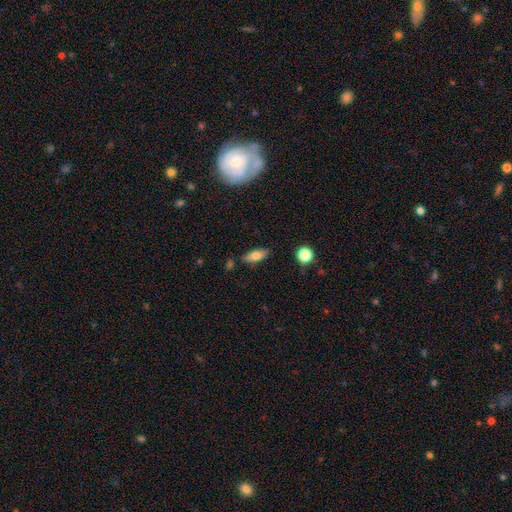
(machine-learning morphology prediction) This appears to be a smooth galaxy with no disk features (74%) that is in between round and cigar-shaped (74%). Merging: none (77%).